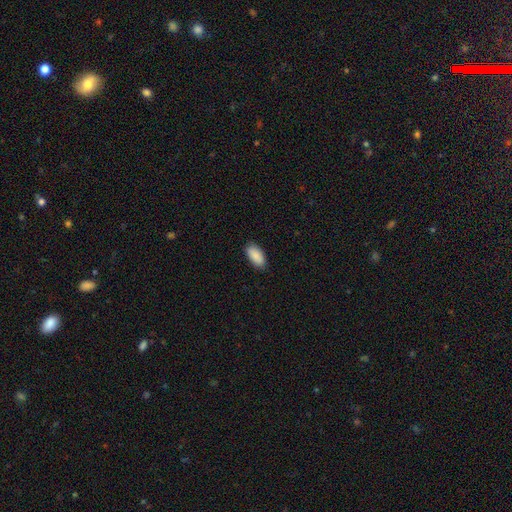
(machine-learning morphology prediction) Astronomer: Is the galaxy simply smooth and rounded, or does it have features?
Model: smooth — 90%.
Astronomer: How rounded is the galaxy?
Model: in between — 93%.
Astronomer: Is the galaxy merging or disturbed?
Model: none — 87%.